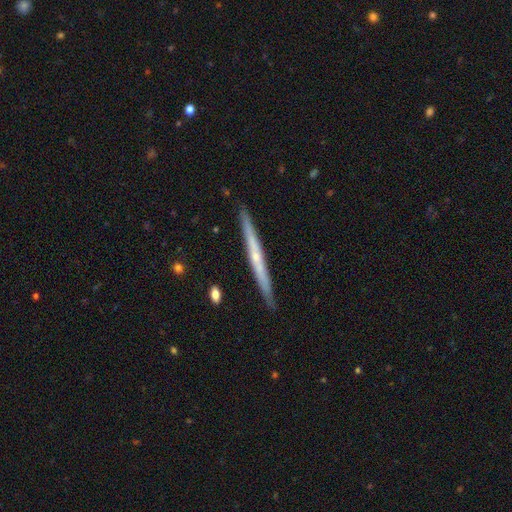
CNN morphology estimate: A featured or disk galaxy (65%) viewed edge-on (97%) with no central bulge (54%). Merging: none (90%).